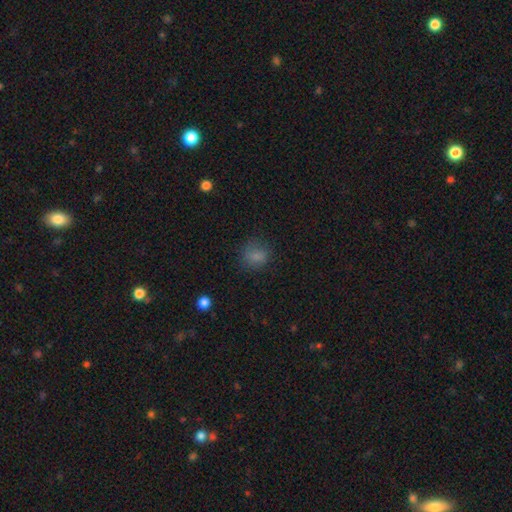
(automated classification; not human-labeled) Overall: smooth (80%). How rounded: round (65%; in between 34%). Merging: none (73%).